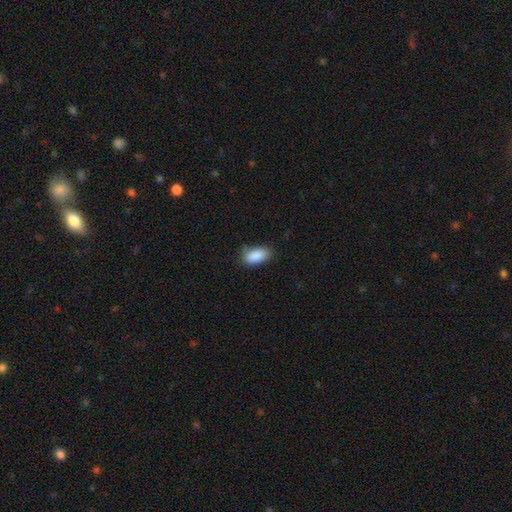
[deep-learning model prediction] Smooth or featured?
  - smooth: 89% *
  - star or artifact: 7%
  - featured or disk: 4%
How rounded?
  - in between: 92% *
  - cigar-shaped: 4%
  - round: 3%
Merging?
  - none: 73% *
  - minor disturbance: 22%
  - major disturbance: 4%
  - merger: 2%